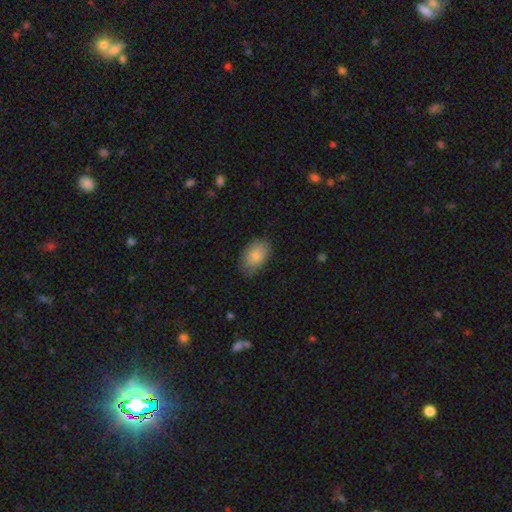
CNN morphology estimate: Smooth or featured? smooth (83%)
How rounded? in between (89%)
Merging? none (73%)